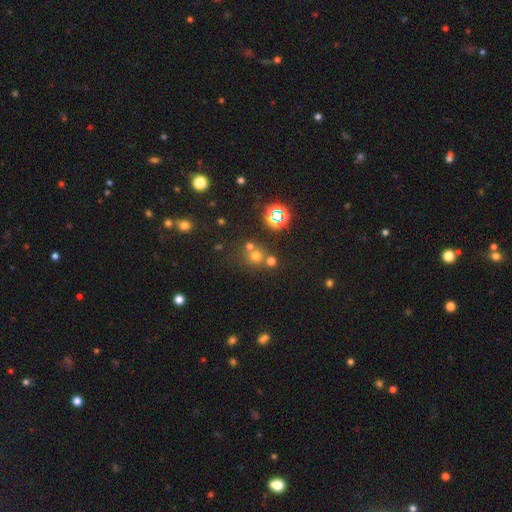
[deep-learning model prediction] Q: Smooth or featured?
A: smooth (60%); runner-up: star or artifact (31%)
Q: How rounded?
A: round (89%); runner-up: in between (10%)
Q: Merging?
A: none (63%); runner-up: merger (25%)